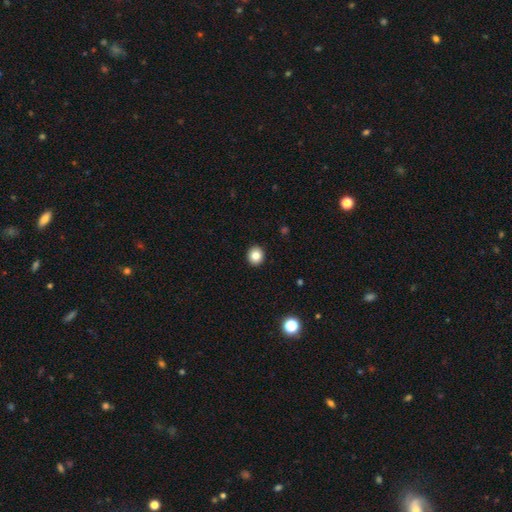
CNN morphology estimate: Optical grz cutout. It shows a smooth galaxy with no disk features (83%) that is round (86%). Merging: none (93%).